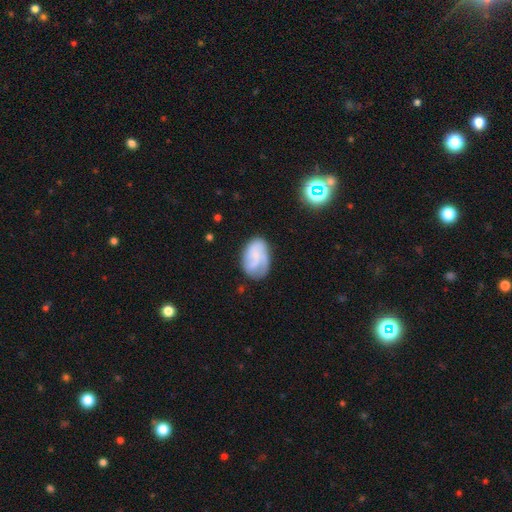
Smooth or featured?
  - smooth: 51% *
  - featured or disk: 43%
  - star or artifact: 5%
How rounded?
  - in between: 89% *
  - round: 11%
  - cigar-shaped: 0%
Merging?
  - none: 57% *
  - minor disturbance: 26%
  - major disturbance: 14%
  - merger: 3%